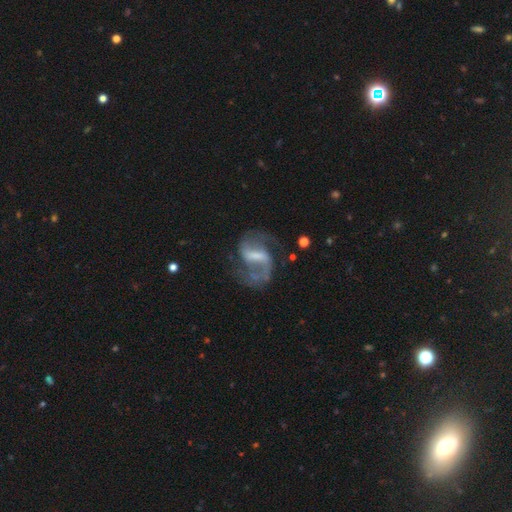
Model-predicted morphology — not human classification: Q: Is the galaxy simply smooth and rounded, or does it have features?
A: featured or disk — 88%.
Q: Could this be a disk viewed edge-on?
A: no — 98%.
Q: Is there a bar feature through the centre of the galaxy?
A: weak — 46%.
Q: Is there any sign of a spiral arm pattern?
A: yes — 96%.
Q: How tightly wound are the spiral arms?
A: medium — 51%.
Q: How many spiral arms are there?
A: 2 — 90%.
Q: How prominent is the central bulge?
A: small — 34%.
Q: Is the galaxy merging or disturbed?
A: none — 68%.